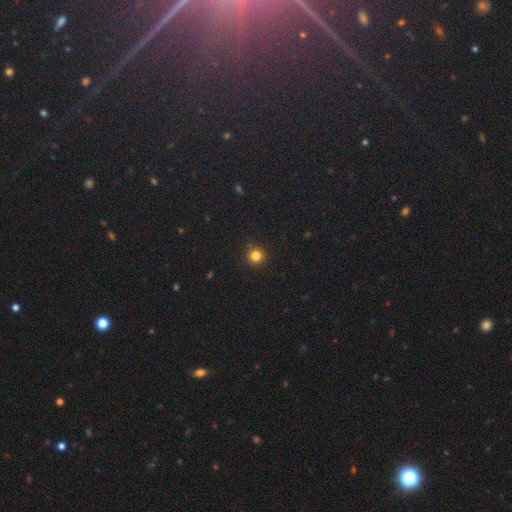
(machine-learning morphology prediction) The model was most divided on "smooth or featured": smooth: 82%, star or artifact: 14%, featured or disk: 4%. More confident: how rounded — round (95%); merging — none (91%).